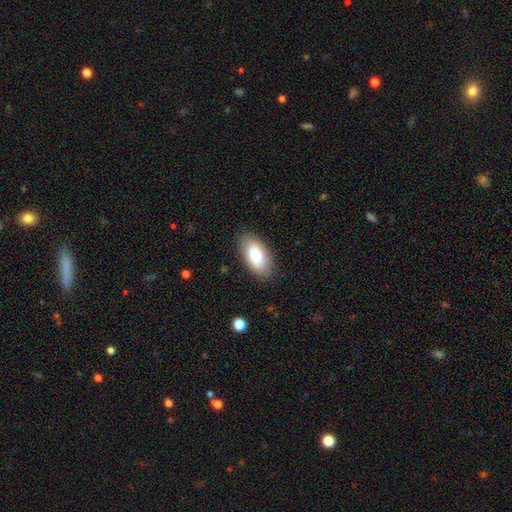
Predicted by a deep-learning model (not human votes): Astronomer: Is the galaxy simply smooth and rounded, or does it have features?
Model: smooth — 79%.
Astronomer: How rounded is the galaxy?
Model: in between — 94%.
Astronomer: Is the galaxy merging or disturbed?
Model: none — 86%.